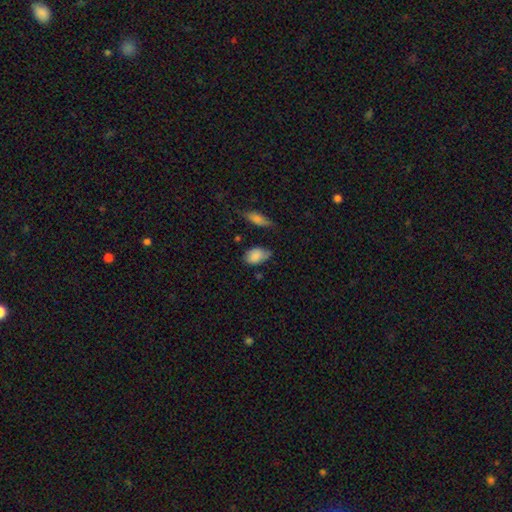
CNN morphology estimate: This is clearly a smooth galaxy (84%). How rounded: clearly in between (88%). Merging: possibly none (54%).